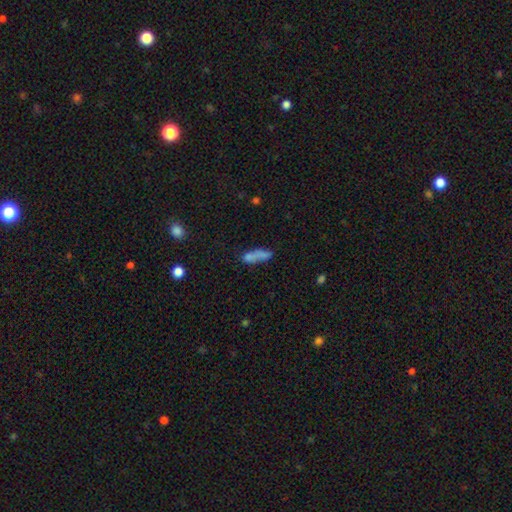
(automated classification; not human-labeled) The model was most divided on "how rounded": cigar-shaped: 52%, in between: 43%, round: 5%. Remaining: smooth or featured — smooth (71%); merging — none (42%).